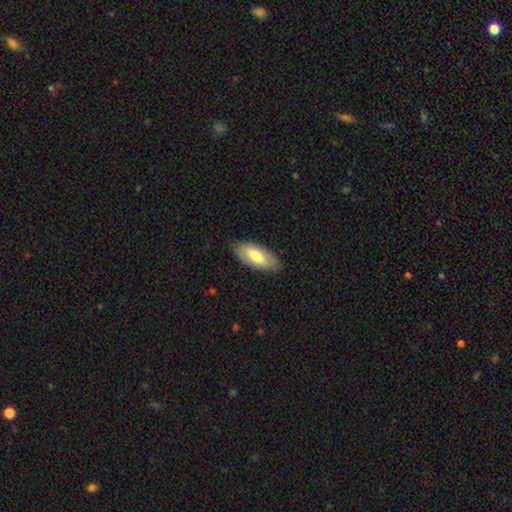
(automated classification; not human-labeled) smooth 72%, featured or disk 23%, star or artifact 5%. Down the decision tree: how rounded — in between (87%); merging — none (82%).